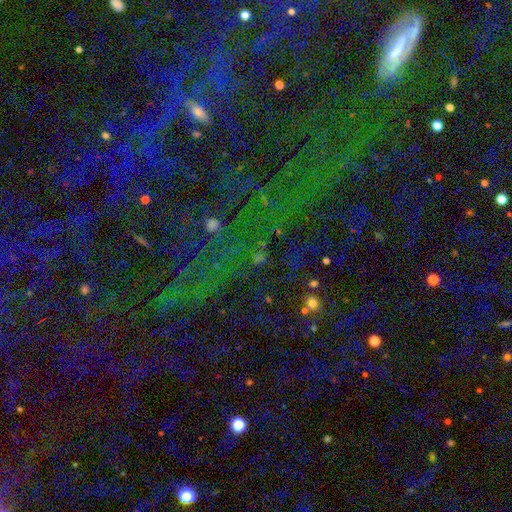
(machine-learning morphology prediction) type=star or artifact (60%).